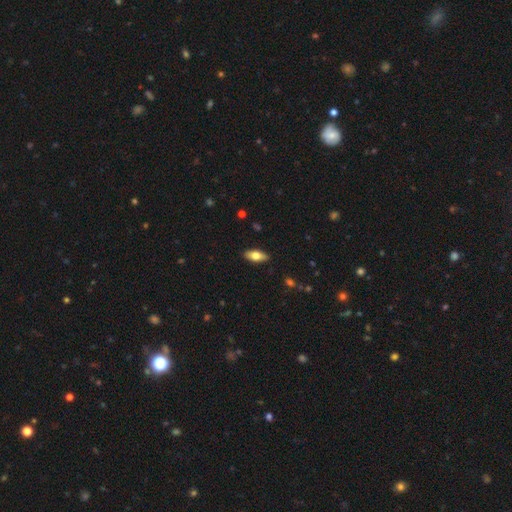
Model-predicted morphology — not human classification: Smooth or featured?
  - smooth: 69% *
  - featured or disk: 25%
  - star or artifact: 6%
How rounded?
  - in between: 81% *
  - cigar-shaped: 17%
  - round: 3%
Merging?
  - none: 88% *
  - minor disturbance: 9%
  - major disturbance: 2%
  - merger: 1%